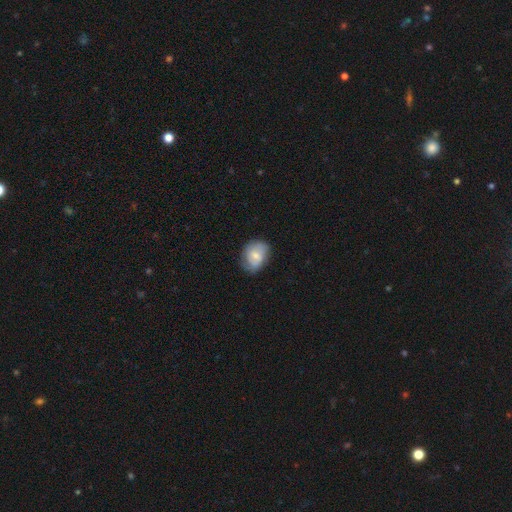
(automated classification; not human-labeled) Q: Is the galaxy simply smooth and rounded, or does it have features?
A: smooth — 57%.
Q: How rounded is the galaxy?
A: in between — 61%.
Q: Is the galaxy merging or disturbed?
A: none — 65%.